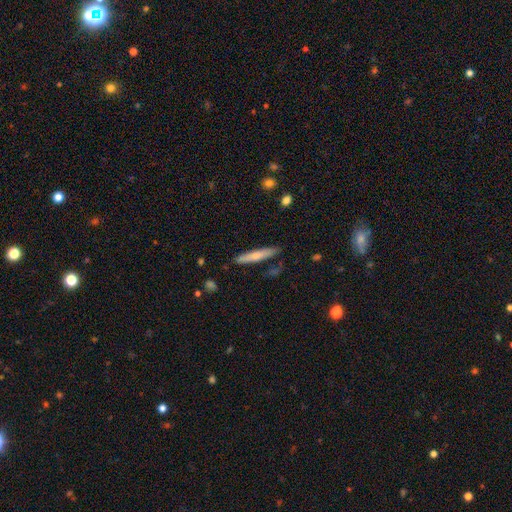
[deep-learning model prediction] Smooth or featured?
  - smooth: 58% *
  - featured or disk: 36%
  - star or artifact: 6%
How rounded?
  - cigar-shaped: 91% *
  - in between: 8%
  - round: 1%
Merging?
  - none: 85% *
  - minor disturbance: 11%
  - merger: 2%
  - major disturbance: 2%